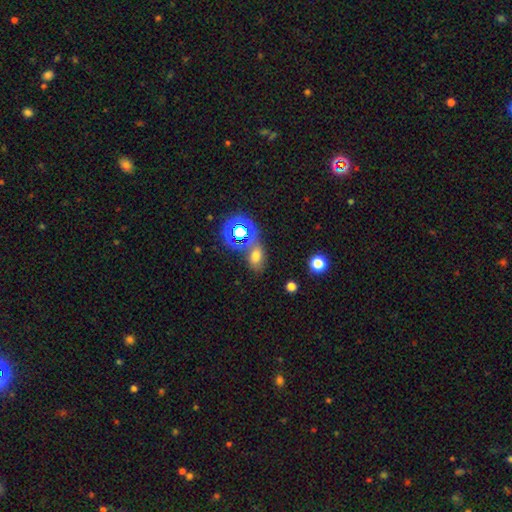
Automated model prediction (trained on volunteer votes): Smooth or featured?
  - smooth: 60% *
  - star or artifact: 30%
  - featured or disk: 11%
How rounded?
  - in between: 74% *
  - round: 23%
  - cigar-shaped: 2%
Merging?
  - none: 58% *
  - merger: 19%
  - minor disturbance: 15%
  - major disturbance: 8%